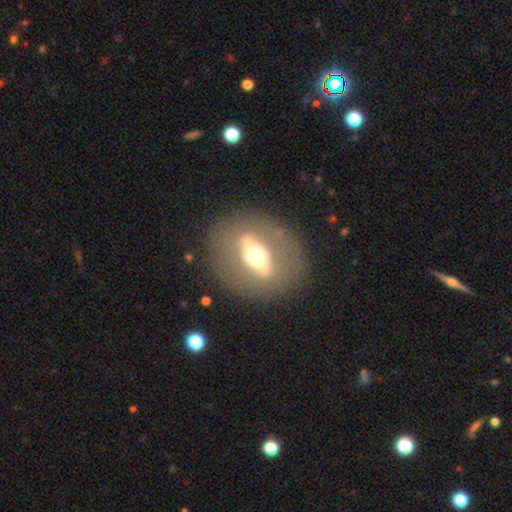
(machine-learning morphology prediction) A featured or disk galaxy (64%). Merging: none (82%).